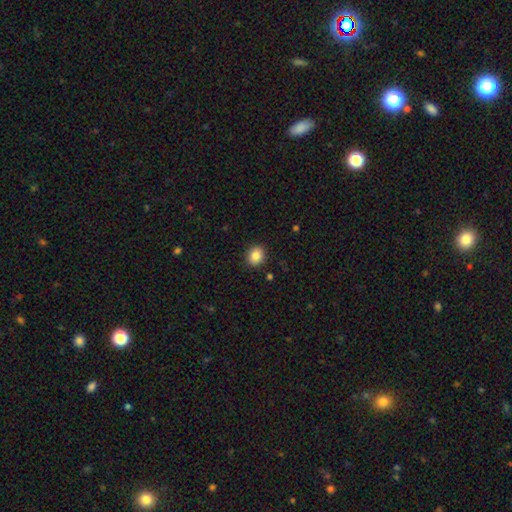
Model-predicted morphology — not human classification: Smooth or featured: smooth — 85% (star or artifact — 9%)
How rounded: round — 68% (in between — 31%)
Merging: none — 90% (minor disturbance — 7%)